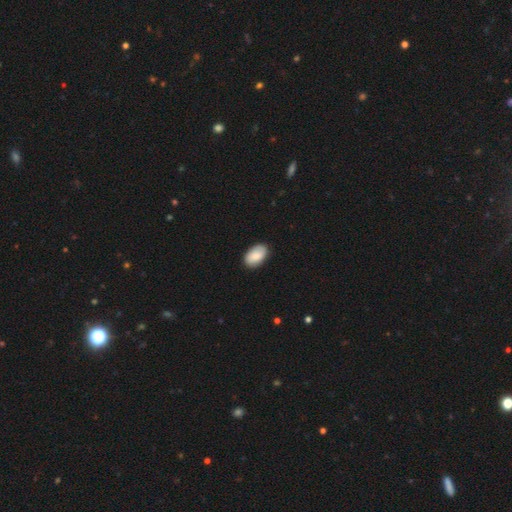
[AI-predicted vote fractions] smooth-or-featured: smooth: 85% | featured or disk: 9% | star or artifact: 6%
  how-rounded: in between: 93% | round: 6% | cigar-shaped: 1%
  merging: none: 86% | minor disturbance: 11% | major disturbance: 2% | merger: 1%